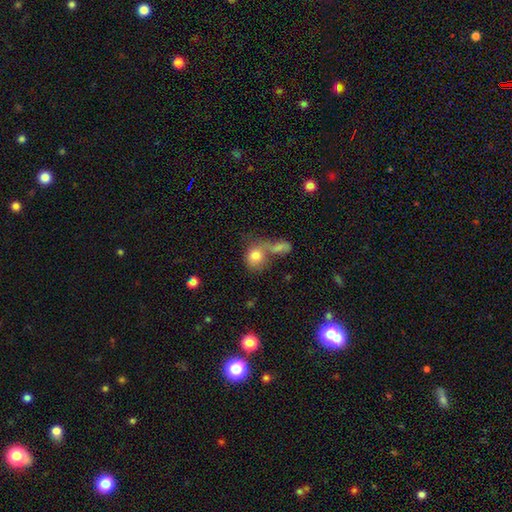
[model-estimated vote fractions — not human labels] A smooth galaxy with no disk features (80%) that is round (63%). Merging: merger (49%).